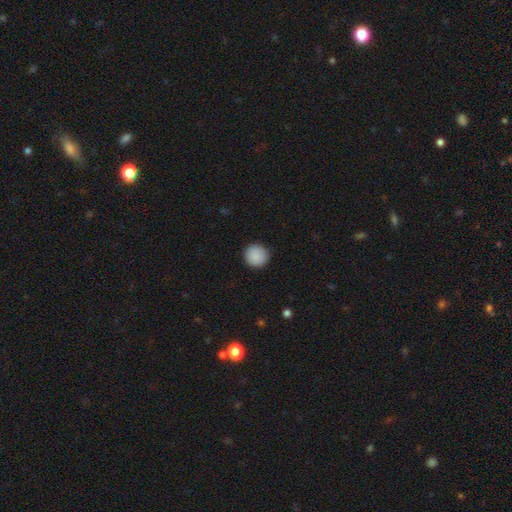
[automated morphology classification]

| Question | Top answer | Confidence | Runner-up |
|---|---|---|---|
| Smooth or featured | smooth | 89% | star or artifact (7%) |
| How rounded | round | 94% | in between (5%) |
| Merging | none | 92% | minor disturbance (5%) |